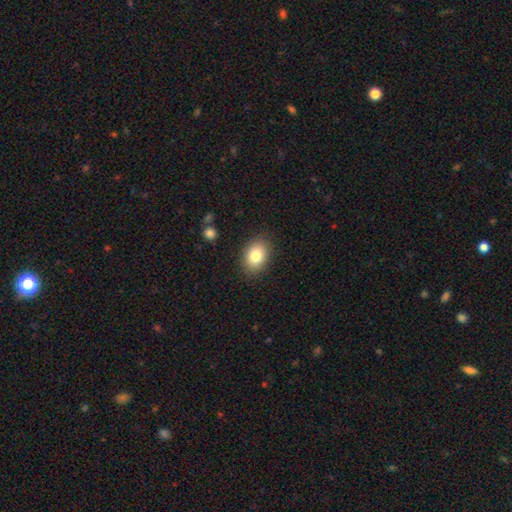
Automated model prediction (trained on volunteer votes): A smooth galaxy with no disk features (82%) that is in between round and cigar-shaped (75%).

Vote fractions:
- Smooth or featured? smooth: 82% / featured or disk: 10% / star or artifact: 9%
- How rounded? in between: 75% / round: 24% / cigar-shaped: 1%
- Merging? none: 87% / minor disturbance: 9% / major disturbance: 3% / merger: 1%